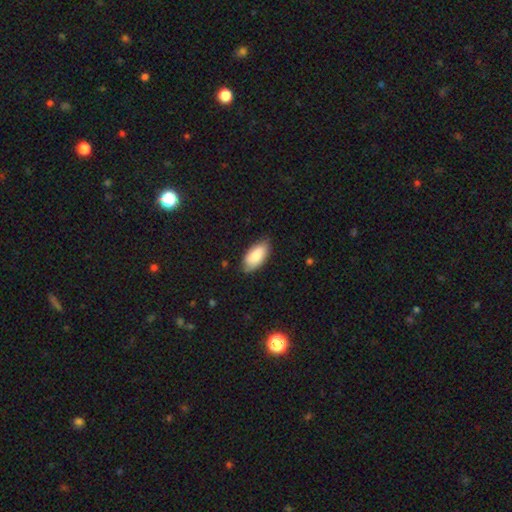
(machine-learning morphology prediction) smooth 85%, featured or disk 9%, star or artifact 6%. Down the decision tree: how rounded — in between (93%); merging — none (77%).